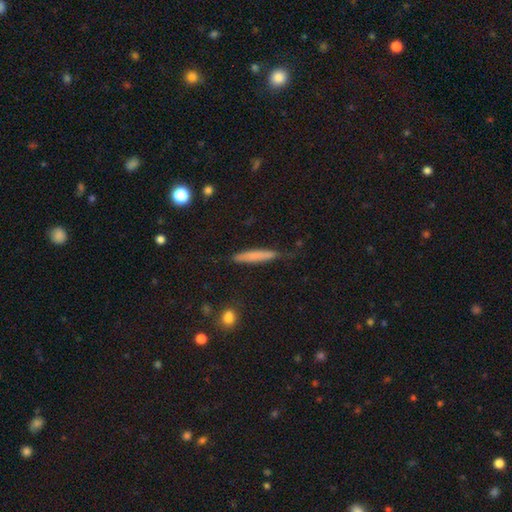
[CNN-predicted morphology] This is likely a smooth galaxy (70%). How rounded: clearly cigar-shaped (92%). Merging: likely none (76%).